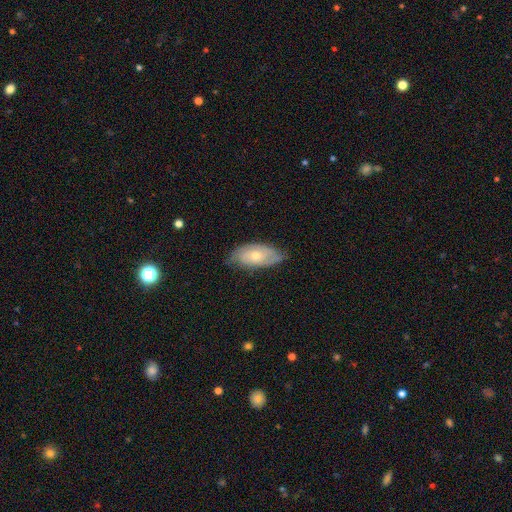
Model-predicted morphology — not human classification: Smooth or featured: featured or disk — 56% (smooth — 36%)
Edge-on disk: no — 87% (yes — 13%)
Merging: none — 71% (minor disturbance — 23%)